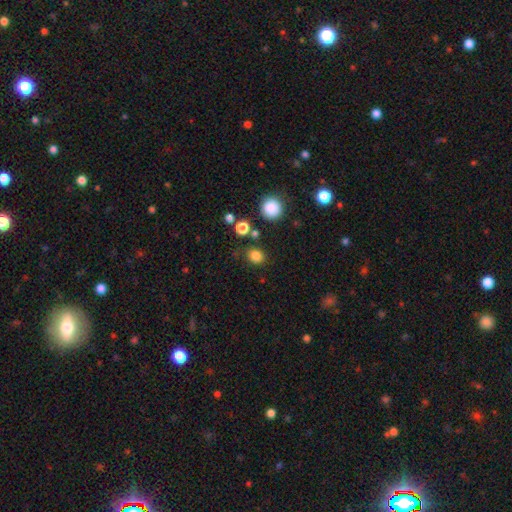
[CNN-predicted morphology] This is clearly a smooth galaxy (82%). How rounded: likely round (75%). Merging: clearly none (81%).